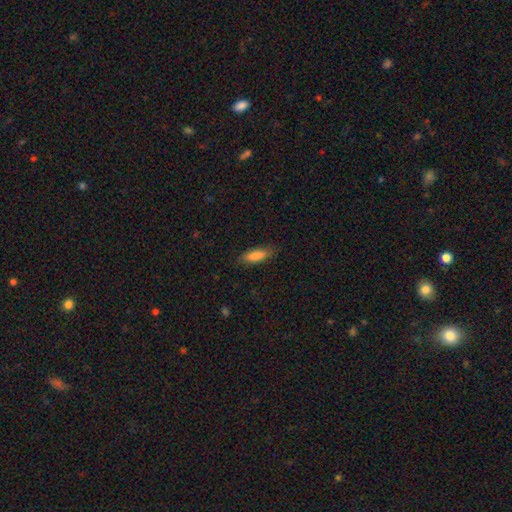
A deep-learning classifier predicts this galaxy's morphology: Smooth or featured? Predicted: smooth (p=0.83). How rounded? Predicted: in between (p=0.56). Merging? Predicted: none (p=0.83).